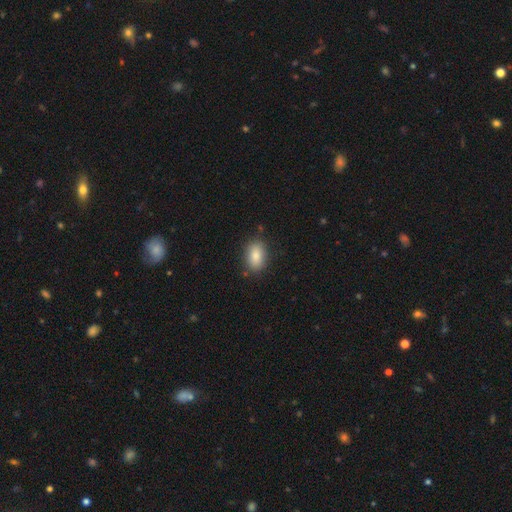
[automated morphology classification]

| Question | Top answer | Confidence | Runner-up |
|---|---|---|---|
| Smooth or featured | smooth | 85% | star or artifact (7%) |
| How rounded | in between | 86% | round (12%) |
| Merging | none | 83% | minor disturbance (12%) |